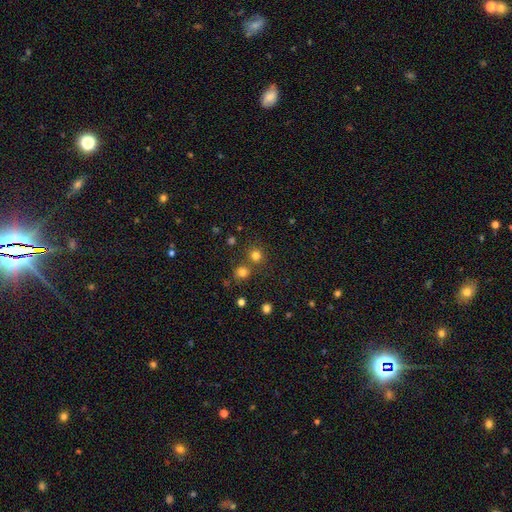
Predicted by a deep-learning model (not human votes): The model was most divided on "merging": none: 72%, merger: 18%, minor disturbance: 7%, major disturbance: 3%. More confident: how rounded — round (91%); smooth or featured — smooth (77%).